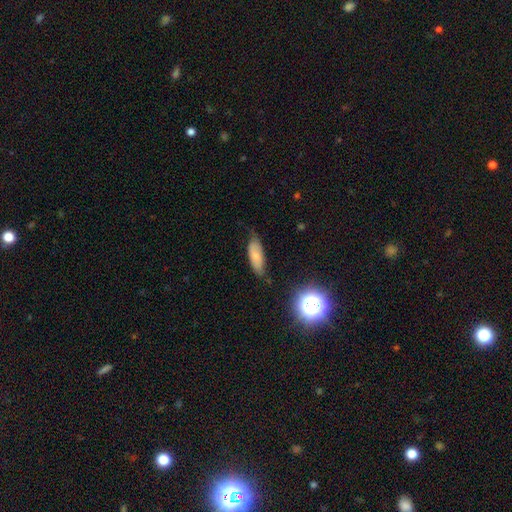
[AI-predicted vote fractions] smooth-or-featured: smooth: 72% | featured or disk: 19% | star or artifact: 9%
  how-rounded: in between: 65% | cigar-shaped: 32% | round: 3%
  merging: none: 68% | minor disturbance: 25% | major disturbance: 5% | merger: 2%